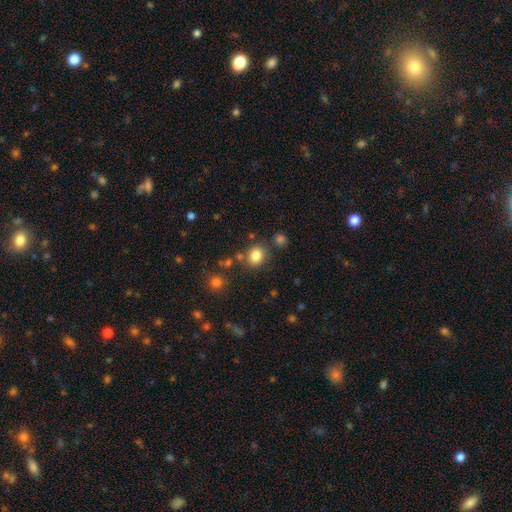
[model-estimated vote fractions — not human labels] A smooth galaxy with no disk features (82%) that is round (71%). Merging: none (78%).